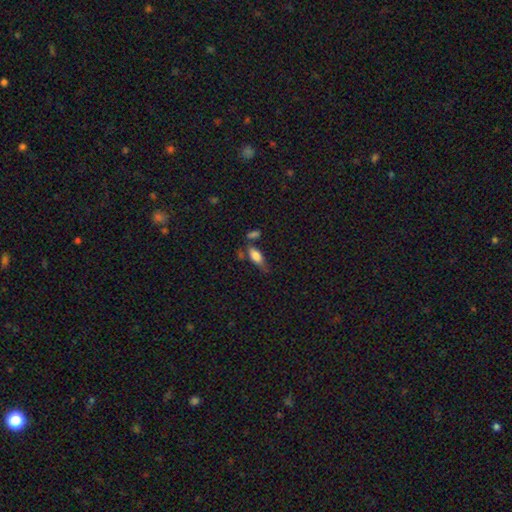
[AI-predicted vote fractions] smooth-or-featured: smooth: 76% | featured or disk: 16% | star or artifact: 8%
  how-rounded: in between: 77% | cigar-shaped: 20% | round: 3%
  merging: none: 54% | minor disturbance: 23% | merger: 14% | major disturbance: 9%